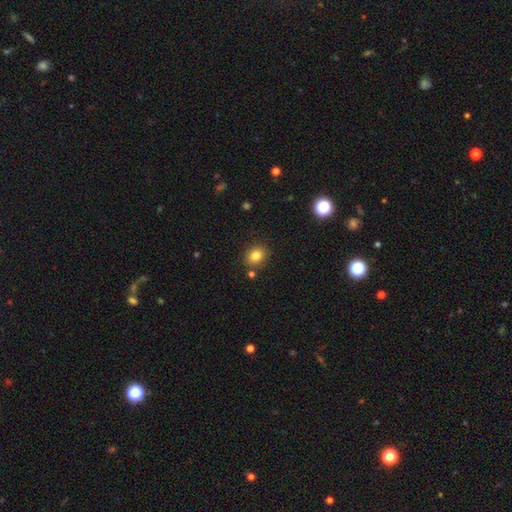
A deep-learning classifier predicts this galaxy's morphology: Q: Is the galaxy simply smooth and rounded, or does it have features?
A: smooth — 82%.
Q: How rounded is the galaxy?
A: round — 58%.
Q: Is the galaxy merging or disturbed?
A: none — 83%.